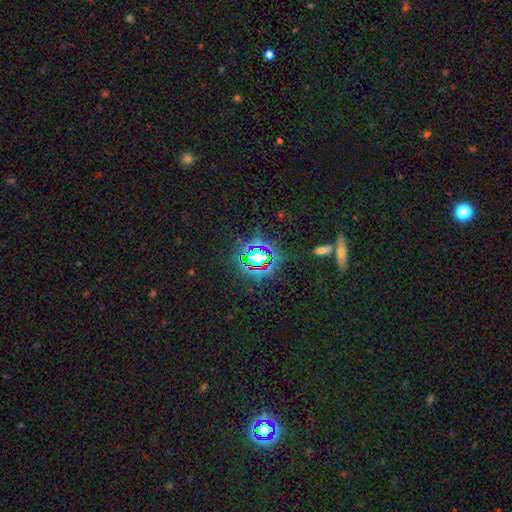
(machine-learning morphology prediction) The model was most divided on "smooth or featured": star or artifact: 74%, smooth: 17%, featured or disk: 10%.